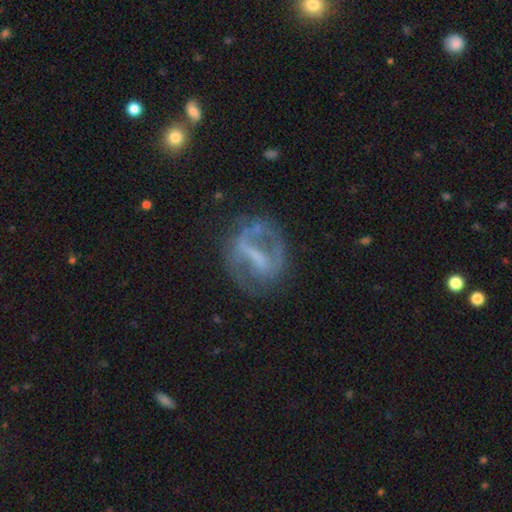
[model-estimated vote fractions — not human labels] Overall: featured or disk (75%). Edge-on disk: no (94%). Bar: strong (59%; weak 27%). Spiral arms: yes (61%; no 39%). Bulge size: none (45%; small 28%). Merging: none (62%).